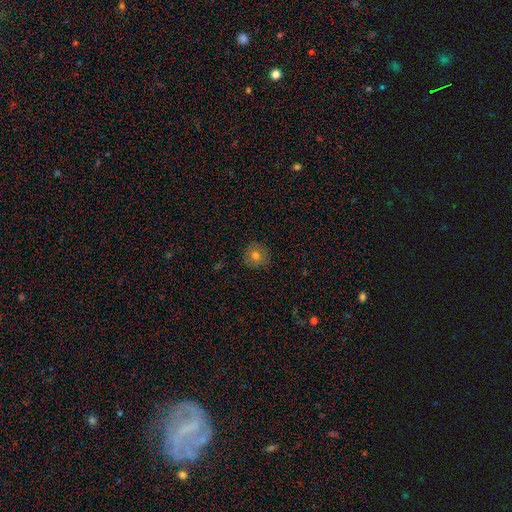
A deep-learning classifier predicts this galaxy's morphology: A smooth galaxy with no disk features (73%) that is round (91%).

Vote fractions:
- Smooth or featured? smooth: 73% / featured or disk: 15% / star or artifact: 12%
- How rounded? round: 91% / in between: 8% / cigar-shaped: 1%
- Merging? none: 86% / minor disturbance: 10% / major disturbance: 2% / merger: 1%